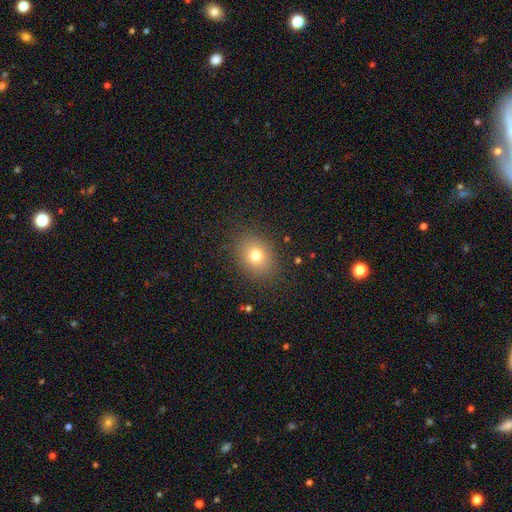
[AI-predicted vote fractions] Smooth or featured?
  - smooth: 75% *
  - star or artifact: 13%
  - featured or disk: 11%
How rounded?
  - in between: 50% *
  - round: 49%
  - cigar-shaped: 1%
Merging?
  - none: 86% *
  - minor disturbance: 9%
  - major disturbance: 4%
  - merger: 1%